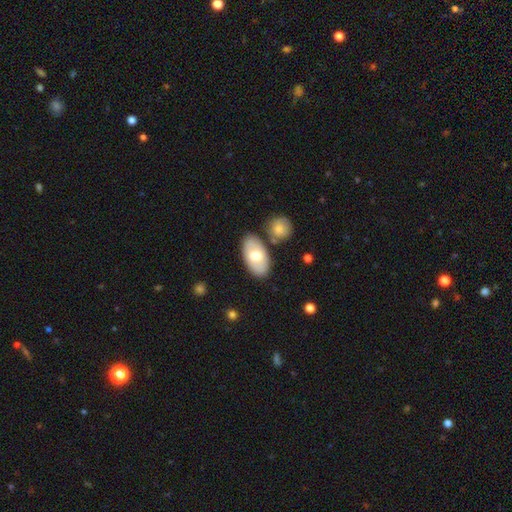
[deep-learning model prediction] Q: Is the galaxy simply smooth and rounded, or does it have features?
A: smooth — 66%.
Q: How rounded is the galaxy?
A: in between — 94%.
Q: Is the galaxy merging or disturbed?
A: none — 77%.